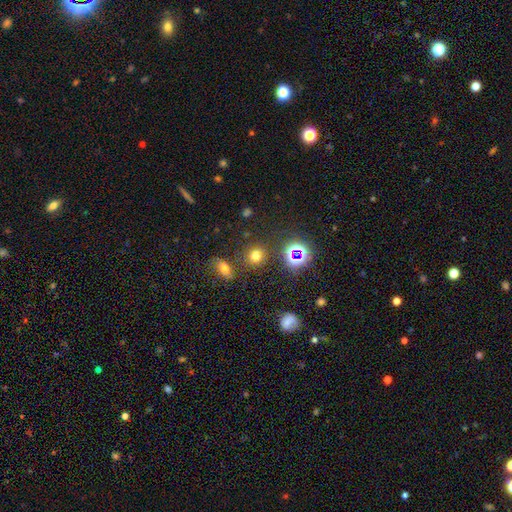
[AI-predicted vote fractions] The model was most divided on "smooth or featured": smooth: 67%, star or artifact: 25%, featured or disk: 7%. More confident: how rounded — round (84%); merging — none (83%).